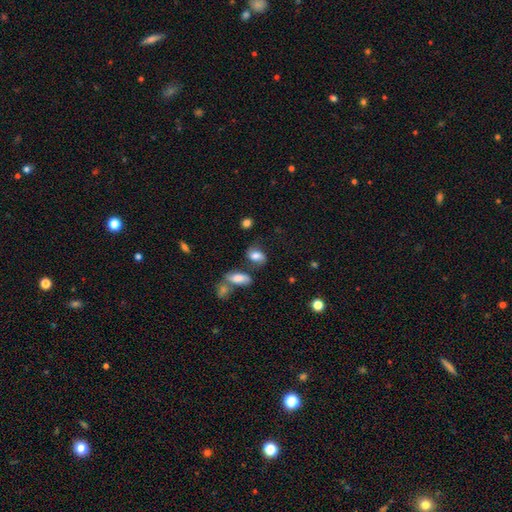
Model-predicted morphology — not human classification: This appears to be a smooth galaxy with no disk features (73%) that is in between round and cigar-shaped (83%). Merging: none (55%).